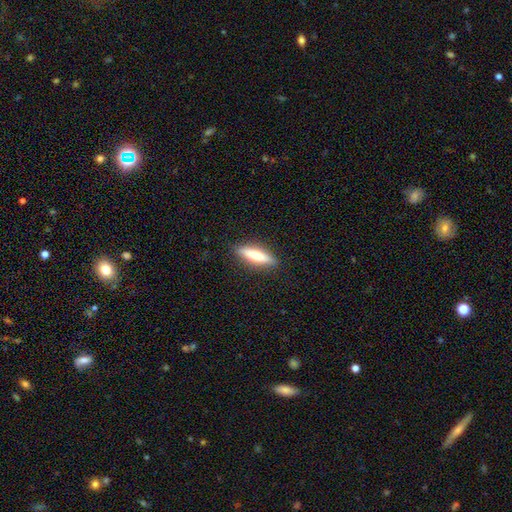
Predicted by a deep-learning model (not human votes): Smooth or featured? smooth (60%)
How rounded? cigar-shaped (67%)
Merging? none (88%)